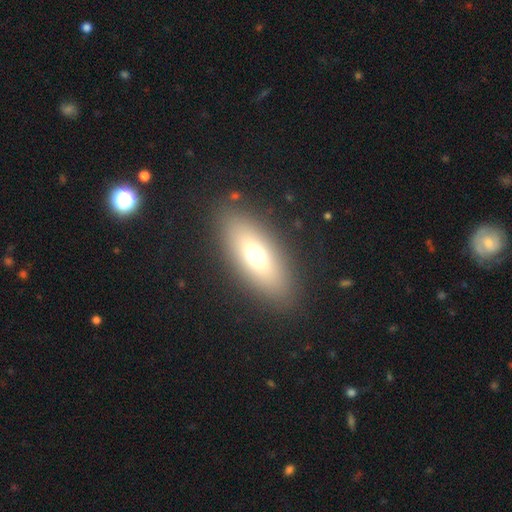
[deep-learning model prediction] The model was most divided on "smooth or featured": smooth: 65%, featured or disk: 24%, star or artifact: 11%. More confident: merging — none (86%); how rounded — in between (75%).